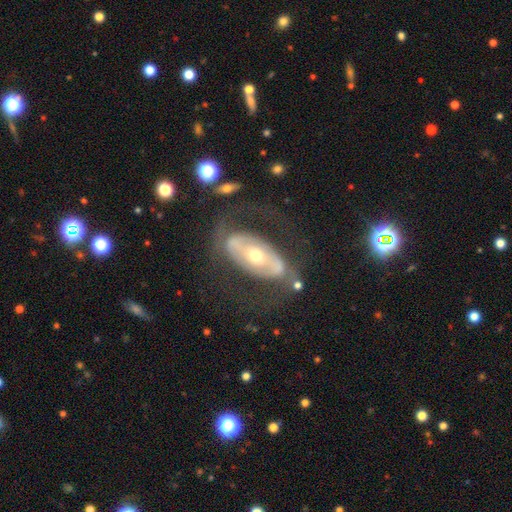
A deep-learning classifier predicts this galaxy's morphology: This appears to be a featured or disk galaxy (73%) with no bar (55%), spiral arms (53%) and a moderate central bulge (57%). Merging: none (66%).